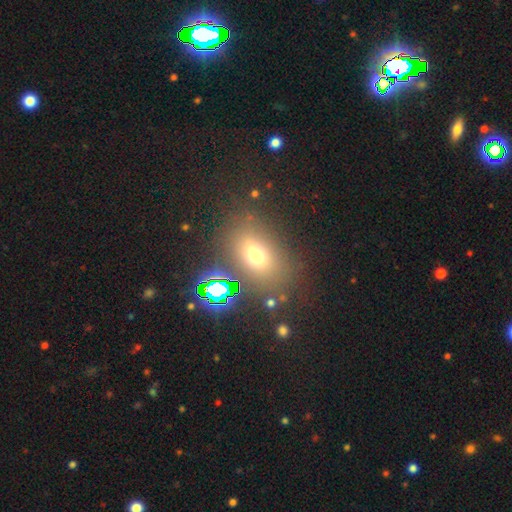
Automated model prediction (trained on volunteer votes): This appears to be a smooth galaxy with no disk features (61%) that is in between round and cigar-shaped (72%). Merging: none (74%).